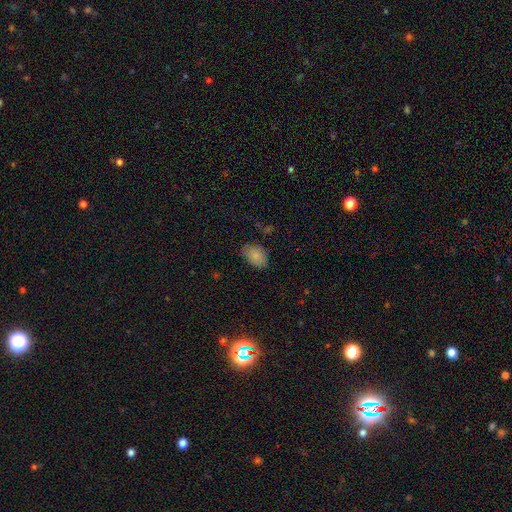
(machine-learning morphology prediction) Q: Smooth or featured?
A: smooth (84%); runner-up: star or artifact (8%)
Q: How rounded?
A: in between (86%); runner-up: round (13%)
Q: Merging?
A: none (73%); runner-up: minor disturbance (22%)